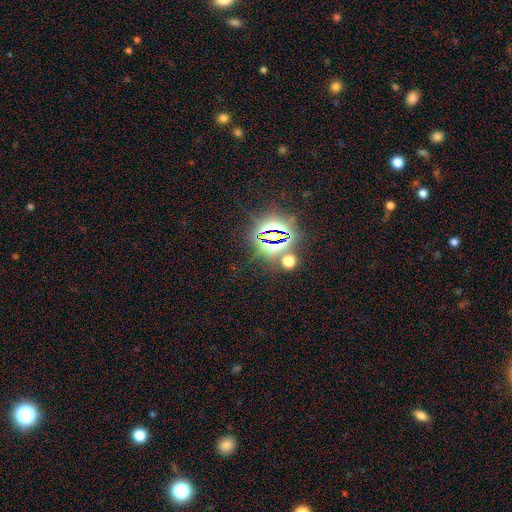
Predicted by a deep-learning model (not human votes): smooth-or-featured: star or artifact: 81% | smooth: 11% | featured or disk: 7%